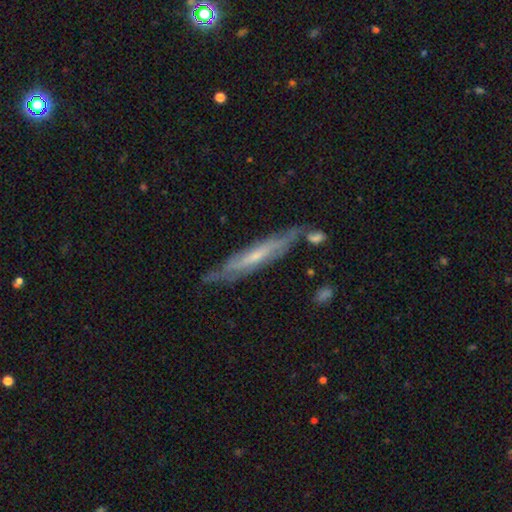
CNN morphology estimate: Smooth or featured?
  - featured or disk: 70% *
  - smooth: 24%
  - star or artifact: 7%
Edge-on disk?
  - yes: 66% *
  - no: 34%
Merging?
  - none: 72% *
  - minor disturbance: 19%
  - merger: 5%
  - major disturbance: 5%